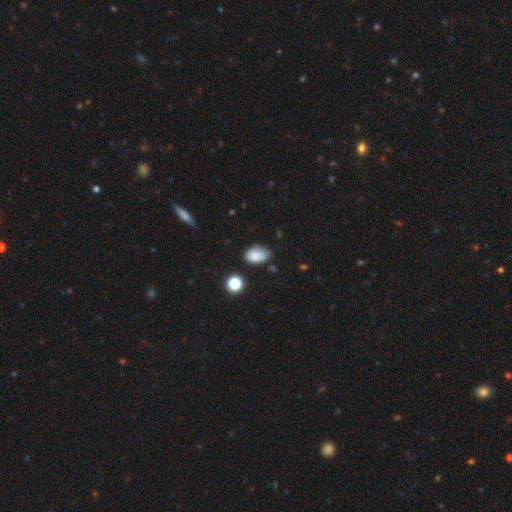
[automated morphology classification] A smooth galaxy with no disk features (83%) that is in between round and cigar-shaped (85%).

Vote fractions:
- Smooth or featured? smooth: 83% / star or artifact: 10% / featured or disk: 7%
- How rounded? in between: 85% / round: 14% / cigar-shaped: 1%
- Merging? none: 57% / minor disturbance: 32% / major disturbance: 6% / merger: 4%